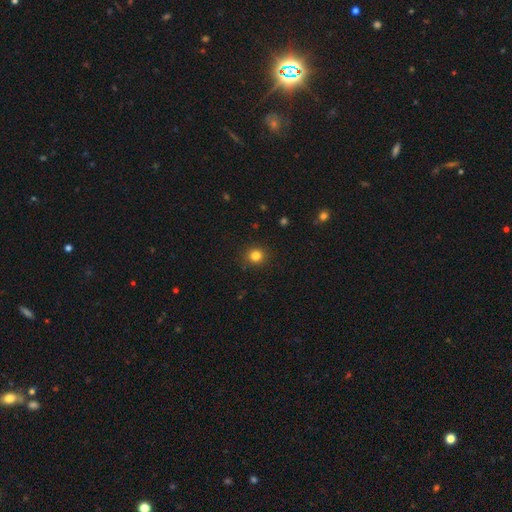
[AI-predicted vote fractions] This appears to be a smooth galaxy with no disk features (82%) that is round (88%). Merging: none (90%).